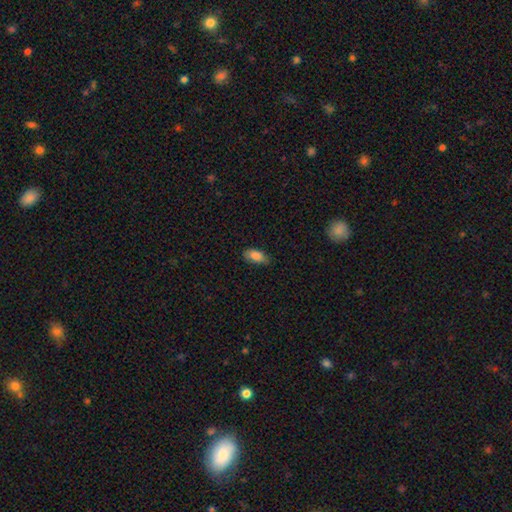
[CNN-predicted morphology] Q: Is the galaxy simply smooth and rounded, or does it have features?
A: smooth — 83%.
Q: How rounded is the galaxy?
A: in between — 89%.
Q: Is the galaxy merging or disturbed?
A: none — 74%.